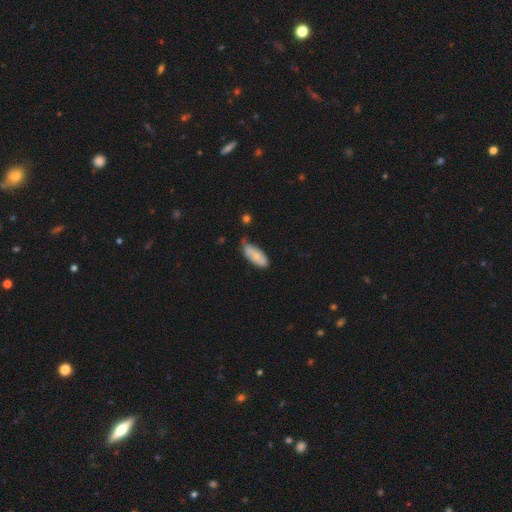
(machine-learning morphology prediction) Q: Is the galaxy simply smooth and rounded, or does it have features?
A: smooth — 67%.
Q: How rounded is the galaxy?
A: in between — 84%.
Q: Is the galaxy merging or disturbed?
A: none — 47%.